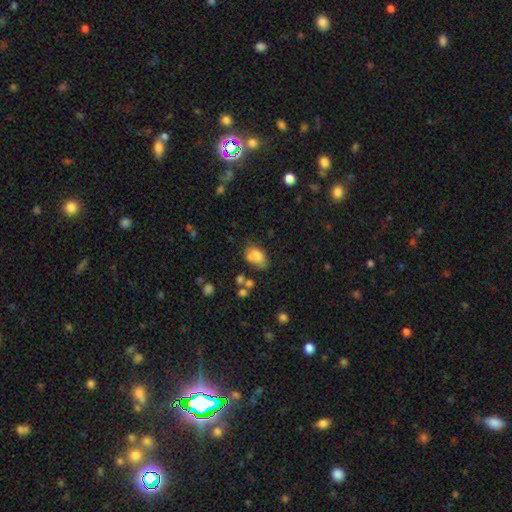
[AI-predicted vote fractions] Overall: smooth (76%). How rounded: in between (84%). Merging: none (46%; minor disturbance 26%).